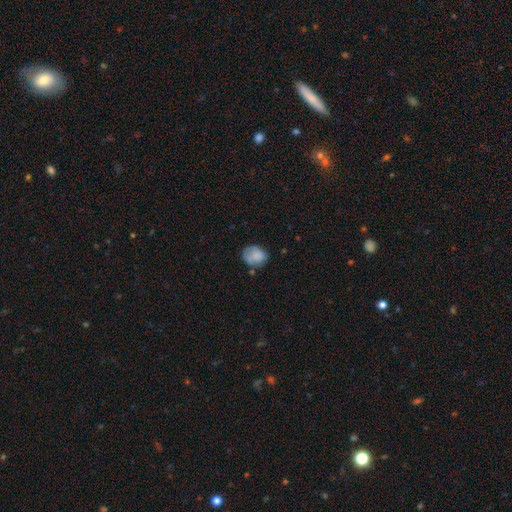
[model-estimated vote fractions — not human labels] Q: Smooth or featured?
A: smooth (77%); runner-up: featured or disk (15%)
Q: How rounded?
A: in between (51%); runner-up: round (48%)
Q: Merging?
A: none (56%); runner-up: minor disturbance (28%)